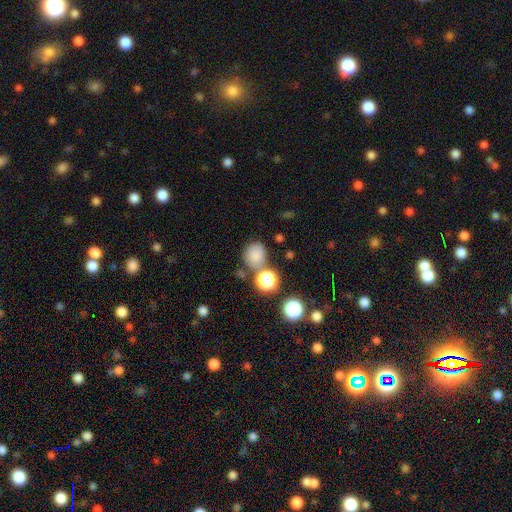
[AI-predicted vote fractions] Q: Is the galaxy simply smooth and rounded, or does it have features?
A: smooth — 77%.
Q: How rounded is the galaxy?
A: round — 77%.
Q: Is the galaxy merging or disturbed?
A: none — 62%.